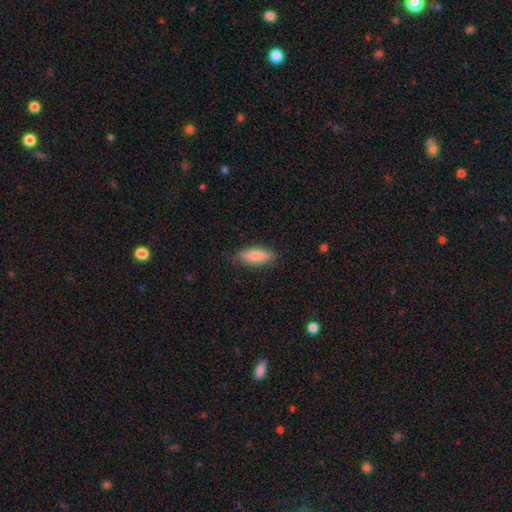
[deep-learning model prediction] Q: Smooth or featured?
A: smooth (81%); runner-up: featured or disk (13%)
Q: How rounded?
A: in between (68%); runner-up: cigar-shaped (30%)
Q: Merging?
A: none (83%); runner-up: minor disturbance (14%)